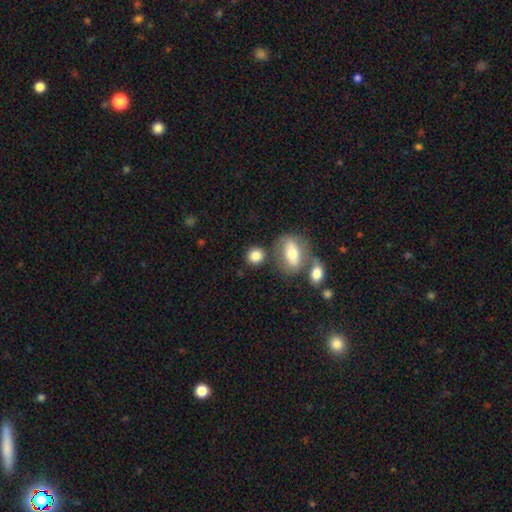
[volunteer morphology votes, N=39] Overall: smooth (82%). How rounded: round (84%). Merging: none (60%; merger 23%).